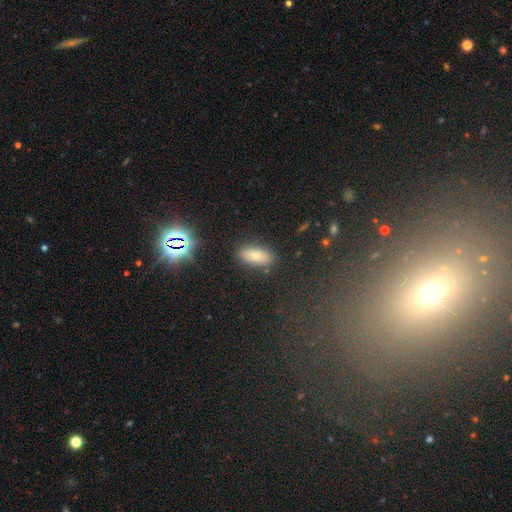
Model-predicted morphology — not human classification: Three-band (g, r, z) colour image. It shows a smooth galaxy with no disk features (75%) that is in between round and cigar-shaped (87%). Merging: none (85%).